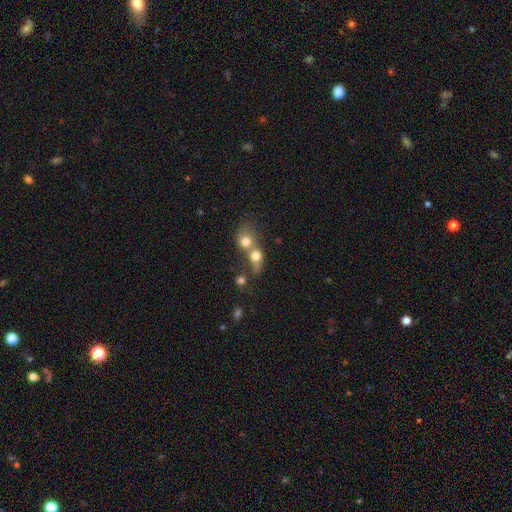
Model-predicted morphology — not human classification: A smooth galaxy with no disk features (72%) that is round (65%). Merging: merger (68%).